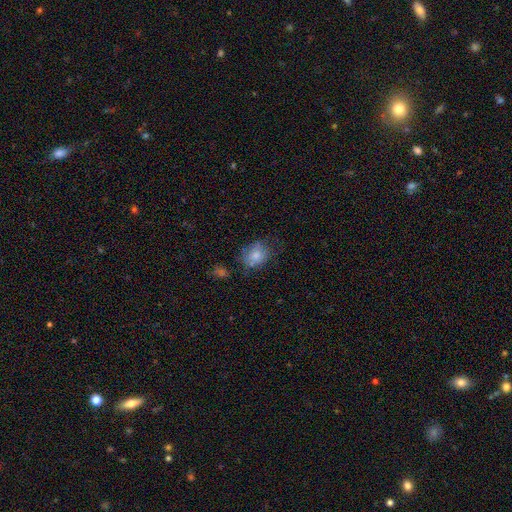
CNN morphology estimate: Smooth or featured: smooth — 76% (featured or disk — 15%)
How rounded: in between — 50% (round — 49%)
Merging: none — 56% (minor disturbance — 28%)